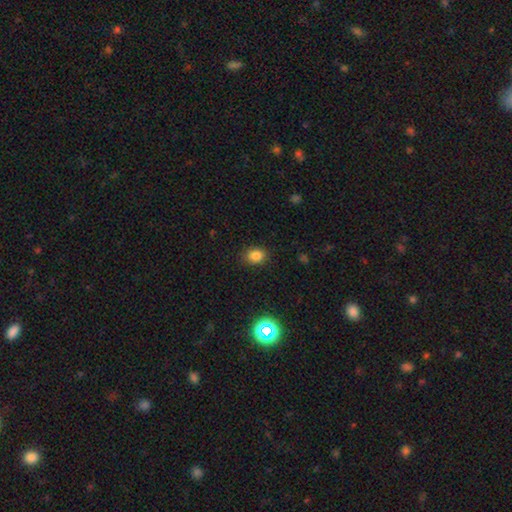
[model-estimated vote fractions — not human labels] smooth 81%, star or artifact 13%, featured or disk 5%. Down the decision tree: how rounded — in between (54%); merging — none (87%).